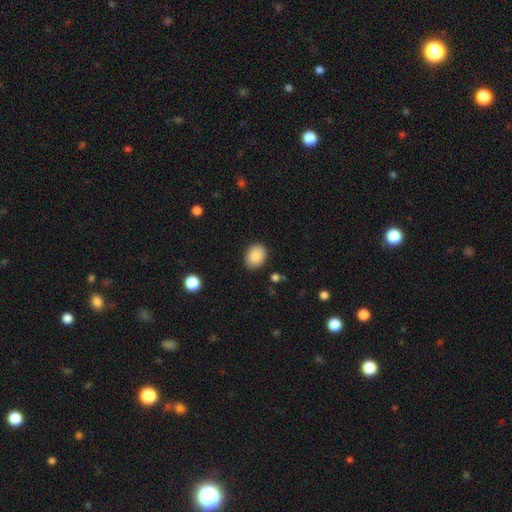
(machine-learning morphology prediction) smooth_or_featured: smooth (p=0.87) [alt: star or artifact p=0.08]
how_rounded: in between (p=0.56) [alt: round p=0.43]
merging: none (p=0.87) [alt: minor disturbance p=0.09]